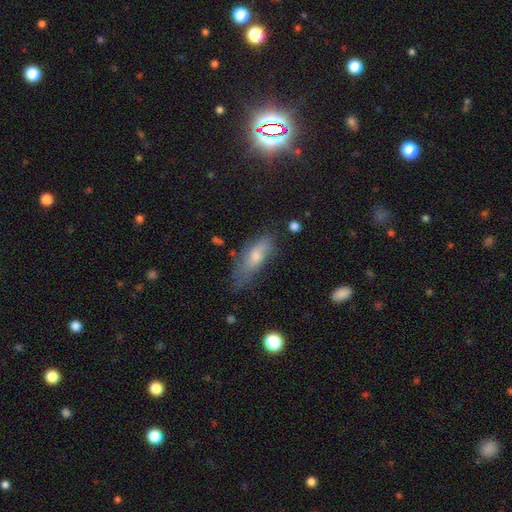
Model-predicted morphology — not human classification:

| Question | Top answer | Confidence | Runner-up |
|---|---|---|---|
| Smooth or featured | smooth | 61% | featured or disk (28%) |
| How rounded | in between | 64% | cigar-shaped (33%) |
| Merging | none | 54% | minor disturbance (31%) |